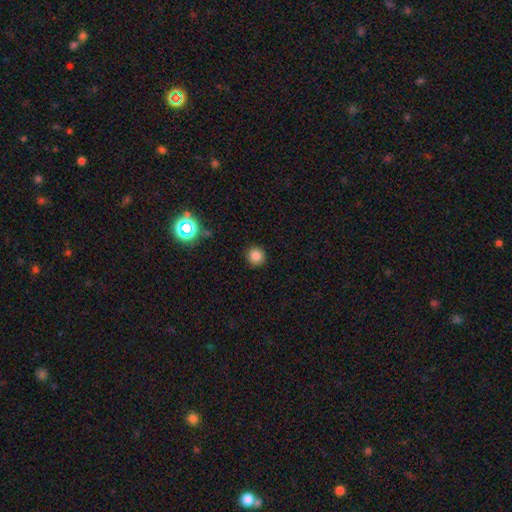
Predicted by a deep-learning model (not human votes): Overall: smooth (81%). How rounded: round (94%). Merging: none (91%).